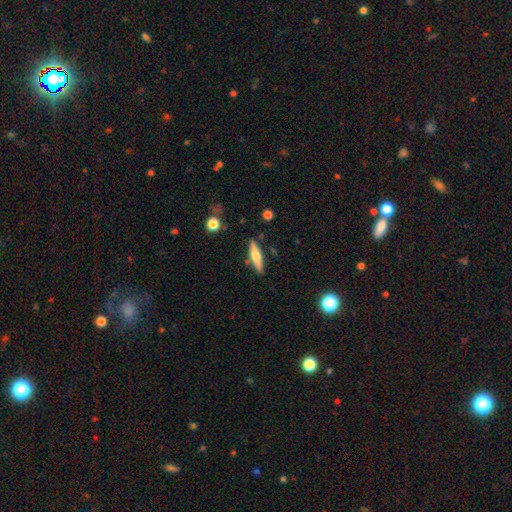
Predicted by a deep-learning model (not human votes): A featured or disk galaxy (48%).

Vote fractions:
- Smooth or featured? featured or disk: 48% / smooth: 46% / star or artifact: 6%
- Merging? none: 86% / minor disturbance: 10% / merger: 3% / major disturbance: 2%